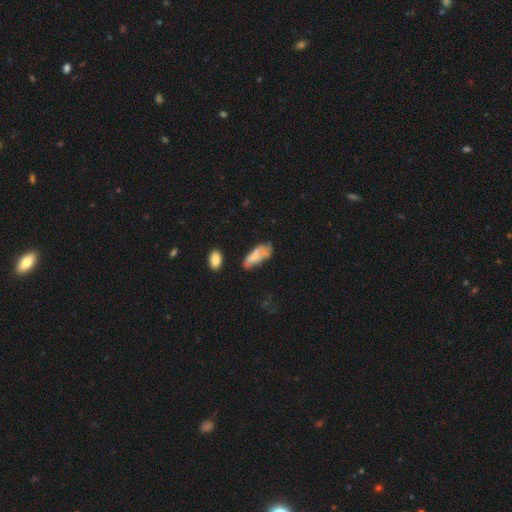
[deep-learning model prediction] Q: Smooth or featured?
A: smooth (65%); runner-up: featured or disk (26%)
Q: How rounded?
A: in between (78%); runner-up: cigar-shaped (20%)
Q: Merging?
A: none (40%); runner-up: minor disturbance (34%)